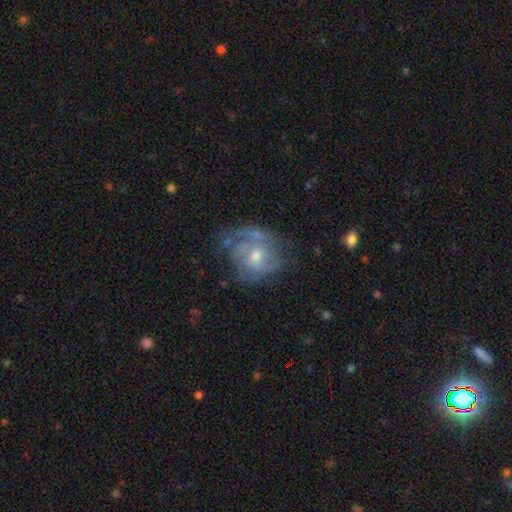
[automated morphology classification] Smooth or featured? Predicted: featured or disk (p=0.74). Edge-on disk? Predicted: no (p=0.97). Bar? Predicted: no (p=0.60). Spiral arms? Predicted: yes (p=0.82). Spiral winding? Predicted: tight (p=0.43). Spiral arm count? Predicted: can't tell (p=0.34). Bulge size? Predicted: moderate (p=0.53). Merging? Predicted: none (p=0.52).